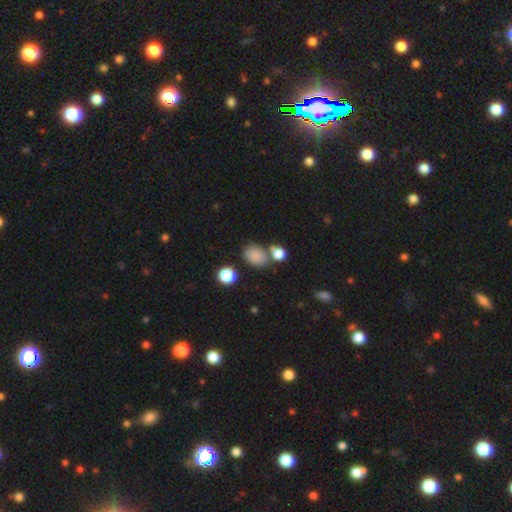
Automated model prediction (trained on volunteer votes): A smooth galaxy with no disk features (81%) that is in between round and cigar-shaped (60%).

Vote fractions:
- Smooth or featured? smooth: 81% / star or artifact: 12% / featured or disk: 7%
- How rounded? in between: 60% / round: 38% / cigar-shaped: 1%
- Merging? none: 60% / merger: 20% / minor disturbance: 15% / major disturbance: 5%